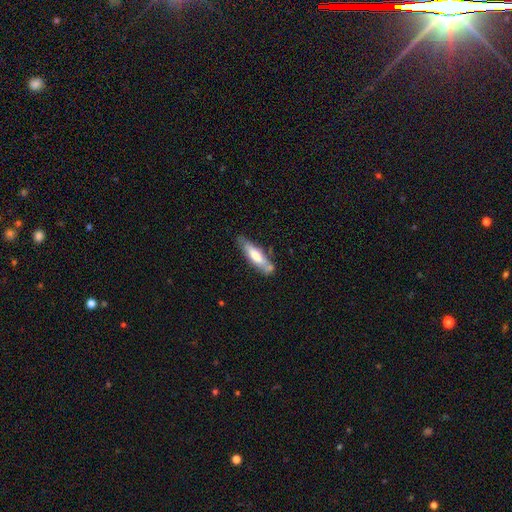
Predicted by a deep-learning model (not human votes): smooth-or-featured: smooth: 59% | featured or disk: 36% | star or artifact: 6%
  how-rounded: cigar-shaped: 67% | in between: 32% | round: 1%
  merging: none: 66% | minor disturbance: 21% | merger: 8% | major disturbance: 5%